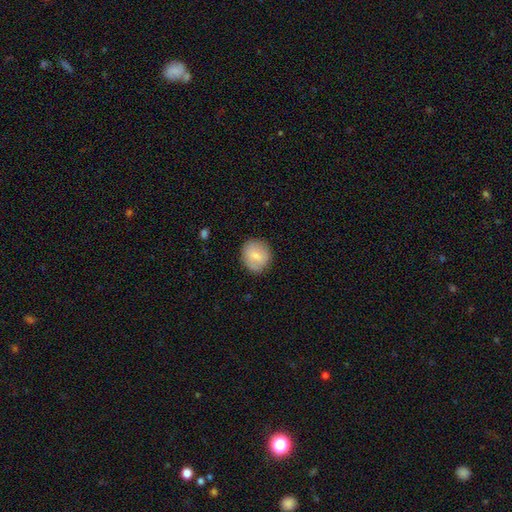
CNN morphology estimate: Q: Smooth or featured?
A: smooth (77%); runner-up: featured or disk (16%)
Q: How rounded?
A: round (81%); runner-up: in between (18%)
Q: Merging?
A: none (84%); runner-up: minor disturbance (12%)